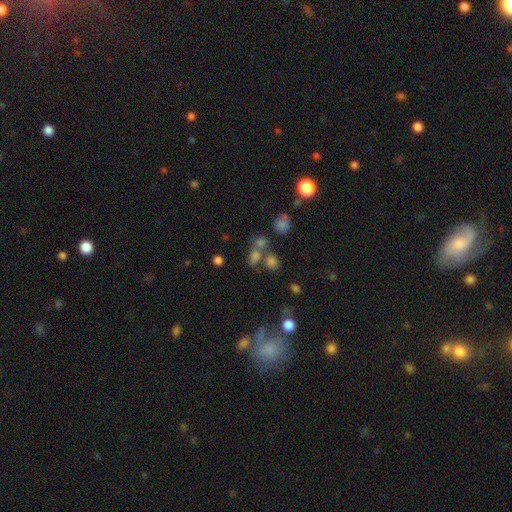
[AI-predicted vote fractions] This is possibly a smooth galaxy (59%). How rounded: possibly round (54%). Merging: possibly none (48%).